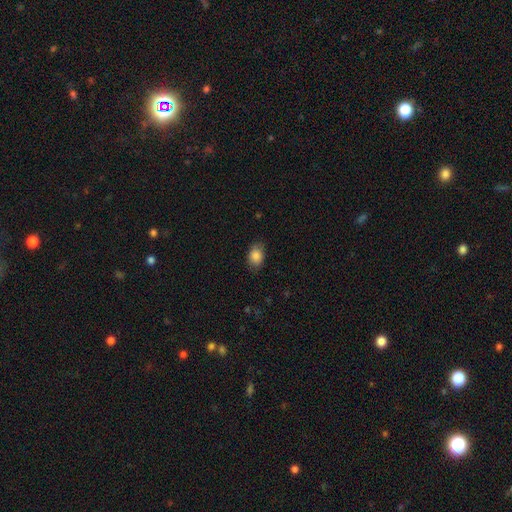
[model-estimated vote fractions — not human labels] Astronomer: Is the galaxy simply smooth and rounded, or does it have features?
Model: smooth — 86%.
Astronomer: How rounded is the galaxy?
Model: in between — 77%.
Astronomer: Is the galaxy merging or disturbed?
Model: none — 80%.